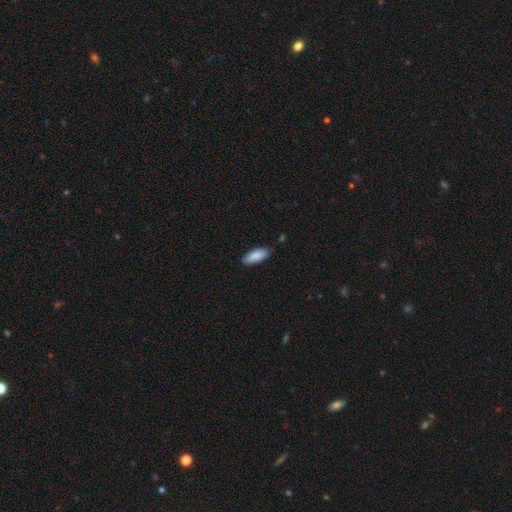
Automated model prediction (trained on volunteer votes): Smooth or featured: smooth — 88% (featured or disk — 6%)
How rounded: in between — 74% (cigar-shaped — 25%)
Merging: none — 84% (minor disturbance — 12%)